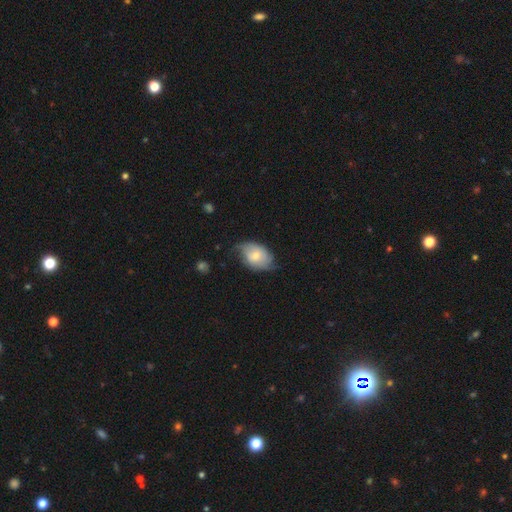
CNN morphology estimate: Smooth or featured?
  - smooth: 56% *
  - featured or disk: 37%
  - star or artifact: 7%
How rounded?
  - in between: 79% *
  - round: 20%
  - cigar-shaped: 1%
Merging?
  - none: 49% *
  - minor disturbance: 37%
  - major disturbance: 12%
  - merger: 2%